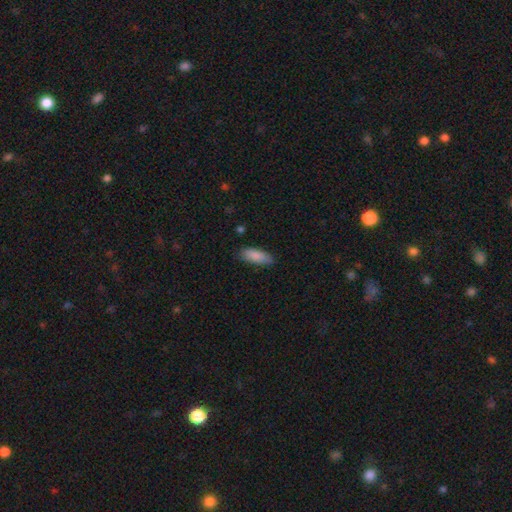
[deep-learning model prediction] Smooth or featured? Predicted: smooth (p=0.88). How rounded? Predicted: in between (p=0.76). Merging? Predicted: none (p=0.82).